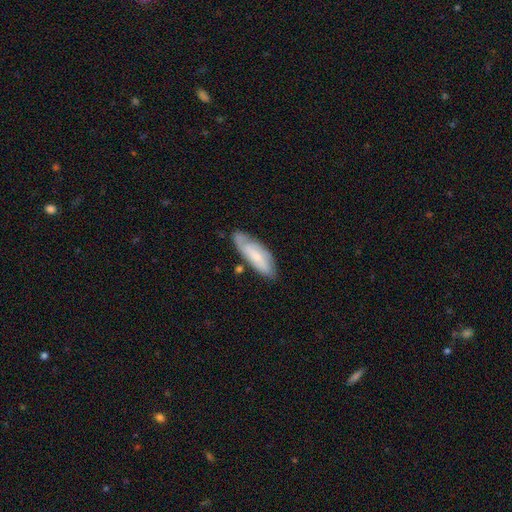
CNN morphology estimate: Smooth or featured: featured or disk — 49% (smooth — 44%)
Merging: none — 68% (minor disturbance — 22%)